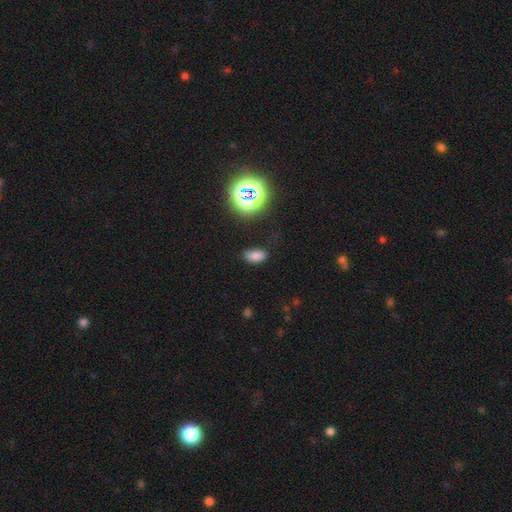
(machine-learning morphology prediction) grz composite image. It shows a smooth galaxy with no disk features (73%) that is in between round and cigar-shaped (91%). Merging: none (74%).